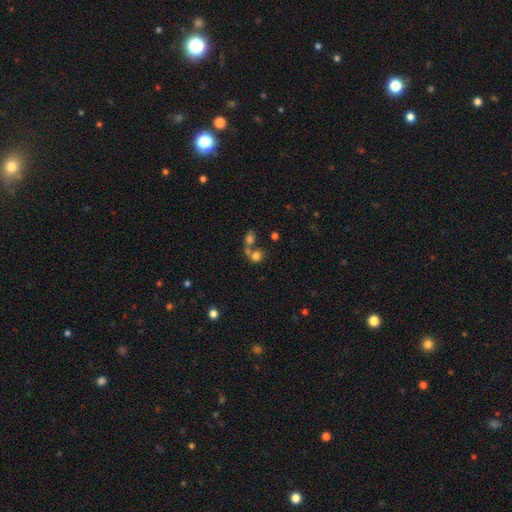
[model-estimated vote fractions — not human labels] This appears to be a smooth galaxy with no disk features (74%) that is round (73%). Merging: merger (45%).